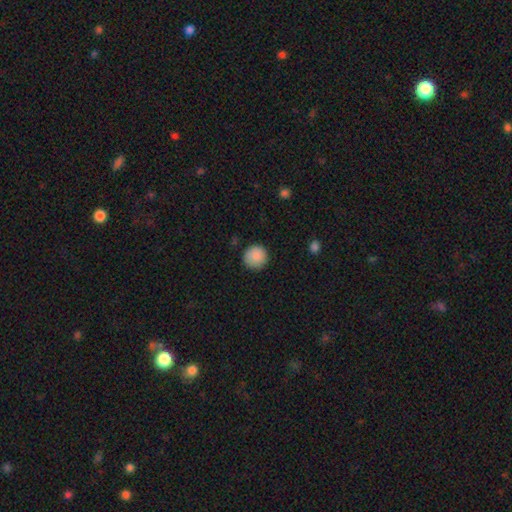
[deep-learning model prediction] Morphology: type=smooth (88%); roundness=round (94%); merging=none (87%).